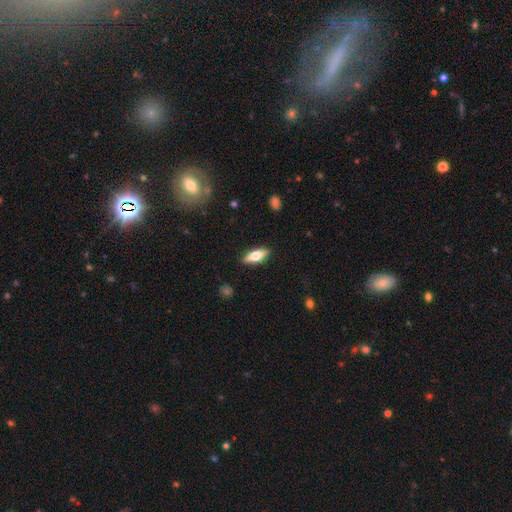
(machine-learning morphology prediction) This appears to be a smooth galaxy with no disk features (53%) that is in between round and cigar-shaped (60%). Merging: none (89%).